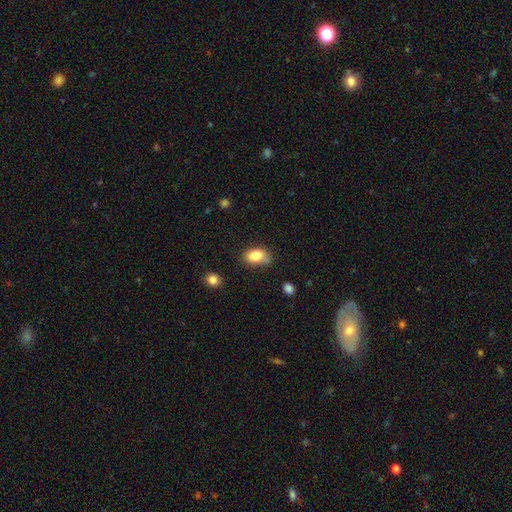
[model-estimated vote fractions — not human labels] The model was most divided on "merging": none: 58%, minor disturbance: 30%, major disturbance: 7%, merger: 5%. More confident: how rounded — in between (85%); smooth or featured — smooth (82%).